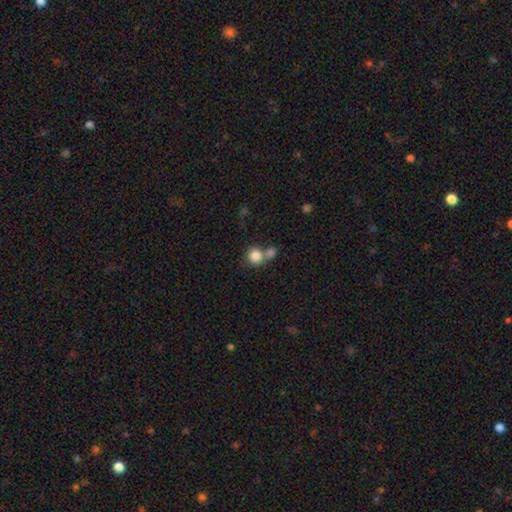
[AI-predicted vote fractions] smooth_or_featured: smooth (p=0.83) [alt: star or artifact p=0.09]
how_rounded: round (p=0.89) [alt: in between p=0.10]
merging: none (p=0.48) [alt: merger p=0.41]